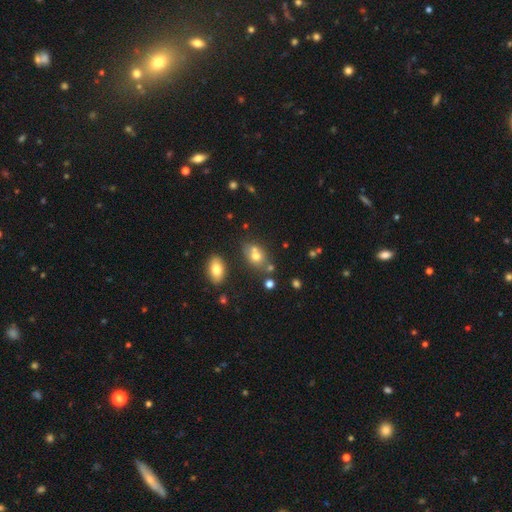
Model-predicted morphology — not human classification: Overall: smooth (67%). How rounded: in between (65%; round 33%). Merging: none (50%; merger 31%).